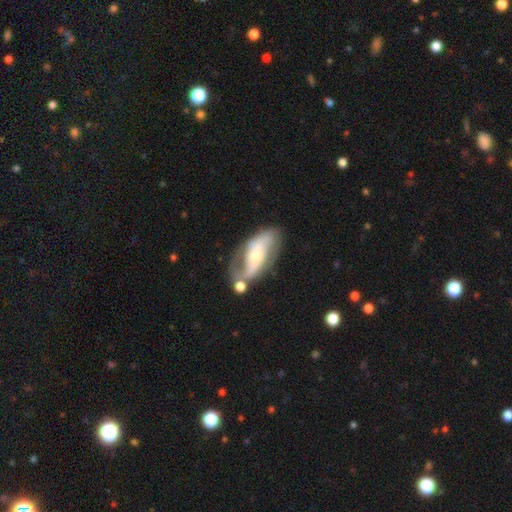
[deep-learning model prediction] Smooth or featured? featured or disk (75%)
Edge-on disk? no (90%)
Bar? no (35%)
Spiral arms? yes (84%)
Spiral winding? loose (46%)
Spiral arm count? 2 (82%)
Bulge size? small (47%)
Merging? none (56%)